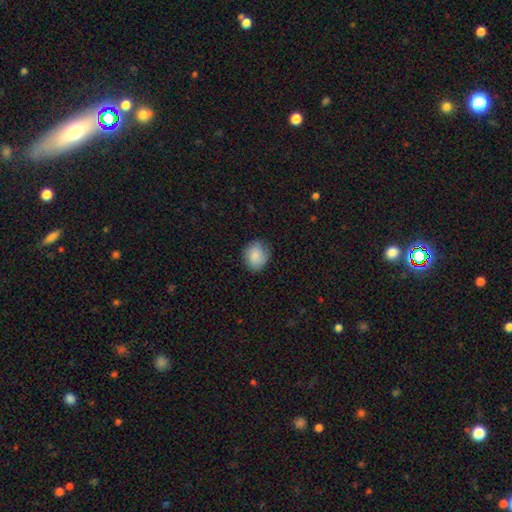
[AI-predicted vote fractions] Smooth or featured?
  - smooth: 84% *
  - featured or disk: 9%
  - star or artifact: 7%
How rounded?
  - round: 61% *
  - in between: 38%
  - cigar-shaped: 1%
Merging?
  - none: 79% *
  - minor disturbance: 16%
  - major disturbance: 4%
  - merger: 1%